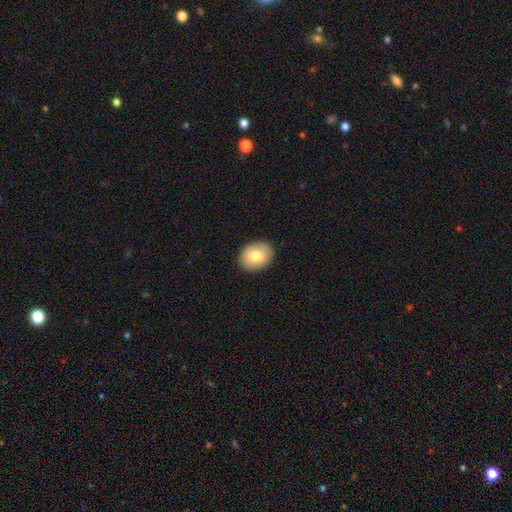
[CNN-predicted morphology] Smooth or featured? Predicted: smooth (p=0.76). How rounded? Predicted: in between (p=0.62). Merging? Predicted: none (p=0.88).